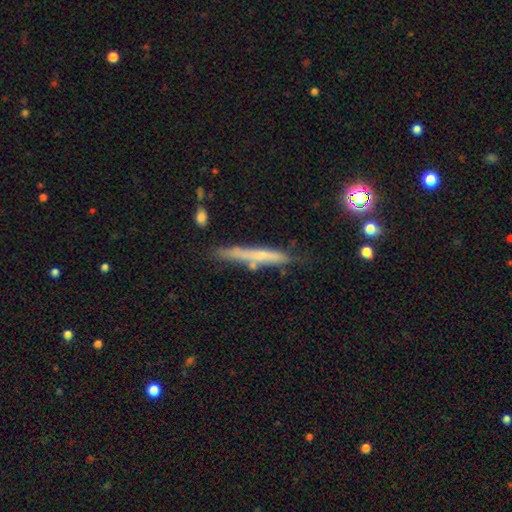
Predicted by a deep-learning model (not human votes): Overall: smooth (52%; featured or disk 39%). How rounded: cigar-shaped (95%). Merging: none (70%).